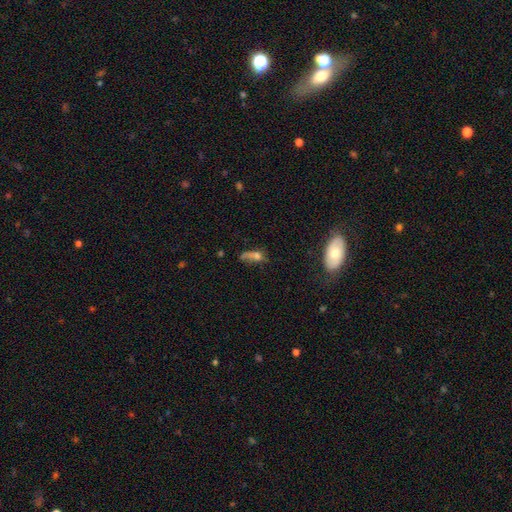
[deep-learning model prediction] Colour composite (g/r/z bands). It shows a smooth galaxy with no disk features (55%) that is in between round and cigar-shaped (57%). Merging: none (34%).